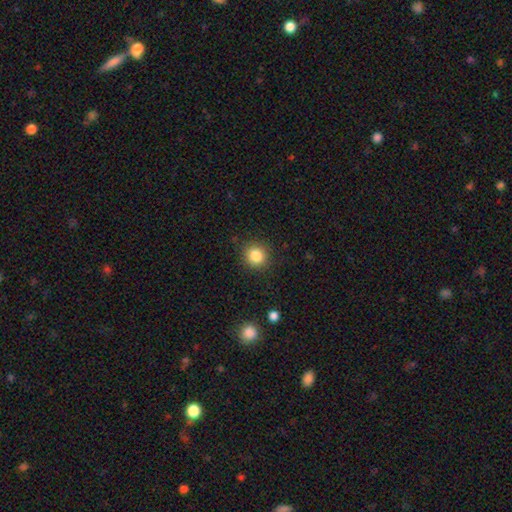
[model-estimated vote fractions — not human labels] A smooth galaxy with no disk features (84%) that is round (90%). Merging: none (88%).